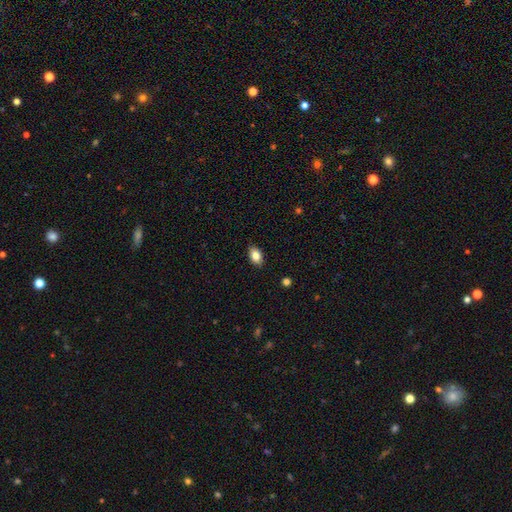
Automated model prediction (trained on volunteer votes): Q: Smooth or featured?
A: smooth (83%); runner-up: featured or disk (9%)
Q: How rounded?
A: in between (88%); runner-up: round (11%)
Q: Merging?
A: none (88%); runner-up: minor disturbance (9%)